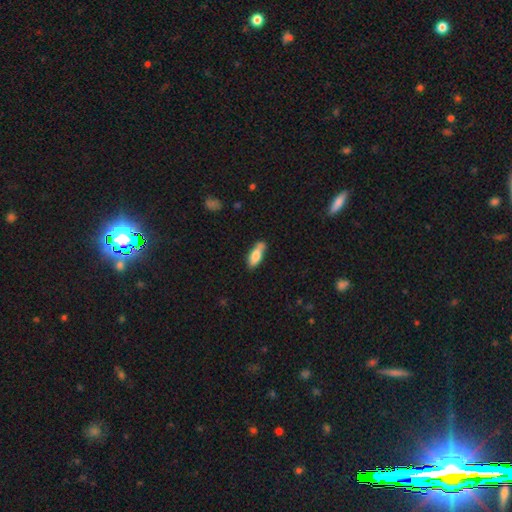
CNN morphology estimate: smooth 76%, featured or disk 17%, star or artifact 6%. Down the decision tree: how rounded — in between (68%); merging — none (59%).